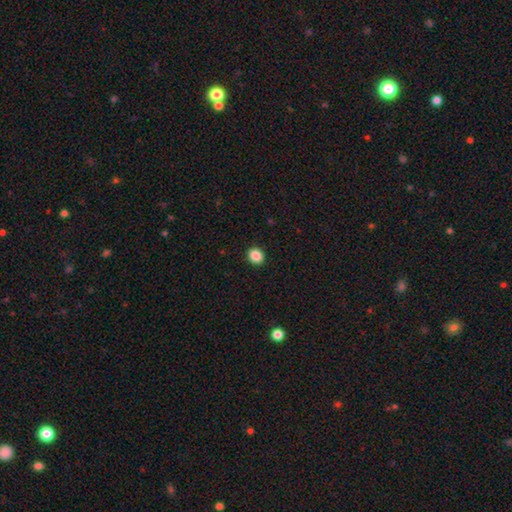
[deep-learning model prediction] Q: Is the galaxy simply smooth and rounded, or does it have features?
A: smooth — 88%.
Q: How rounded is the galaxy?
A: round — 69%.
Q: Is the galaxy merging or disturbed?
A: none — 92%.